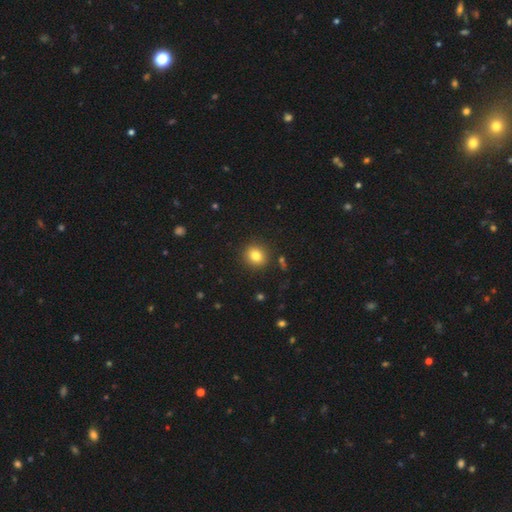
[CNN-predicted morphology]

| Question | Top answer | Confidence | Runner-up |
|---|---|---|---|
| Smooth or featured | smooth | 81% | star or artifact (11%) |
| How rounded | round | 75% | in between (24%) |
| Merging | none | 89% | minor disturbance (7%) |